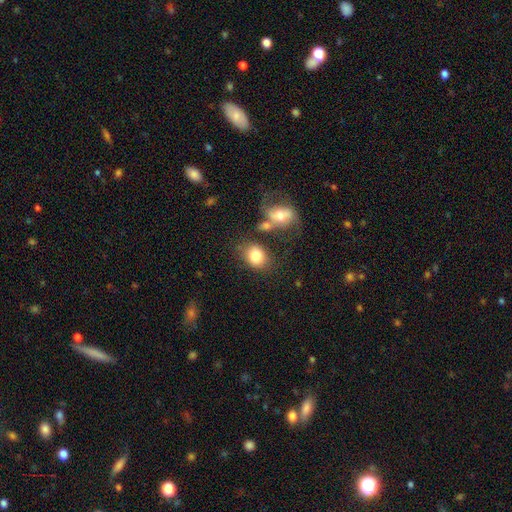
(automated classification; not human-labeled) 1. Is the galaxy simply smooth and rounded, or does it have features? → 82% smooth, 10% featured or disk, 8% star or artifact.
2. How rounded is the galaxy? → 56% in between, 43% round, 1% cigar-shaped.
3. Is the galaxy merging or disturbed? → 55% none, 20% merger, 17% minor disturbance, 8% major disturbance.